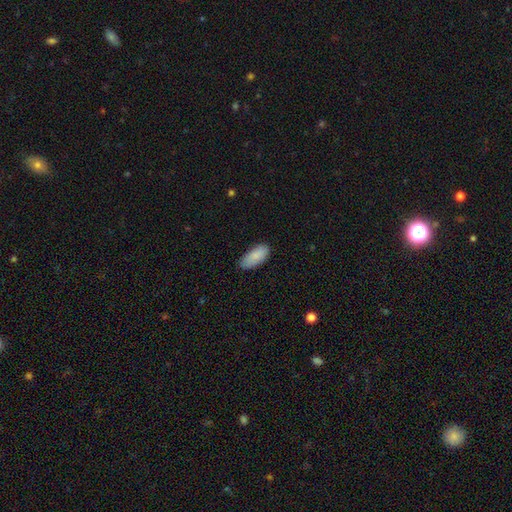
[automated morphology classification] smooth-or-featured: smooth: 87% | featured or disk: 7% | star or artifact: 6%
  how-rounded: in between: 89% | cigar-shaped: 9% | round: 2%
  merging: none: 81% | minor disturbance: 15% | major disturbance: 2% | merger: 1%